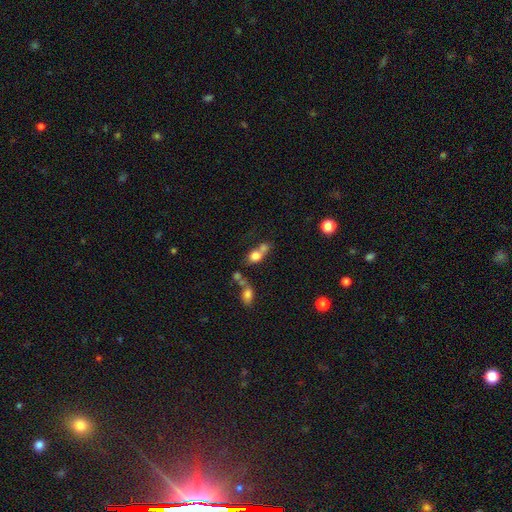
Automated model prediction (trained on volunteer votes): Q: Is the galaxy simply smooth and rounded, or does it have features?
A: smooth — 74%.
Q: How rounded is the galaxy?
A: in between — 54%.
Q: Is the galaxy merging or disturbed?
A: merger — 58%.